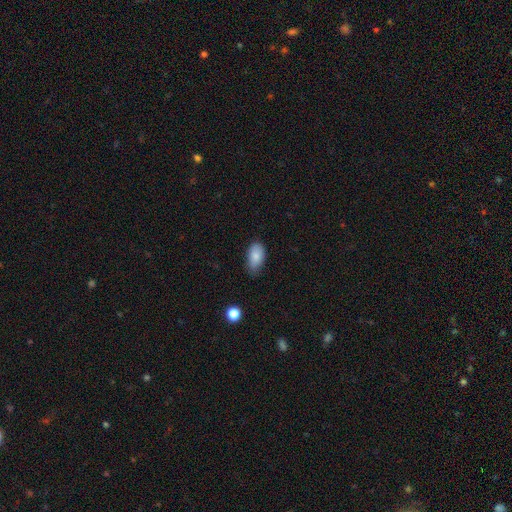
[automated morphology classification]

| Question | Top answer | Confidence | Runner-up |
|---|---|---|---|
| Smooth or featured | smooth | 85% | featured or disk (8%) |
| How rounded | in between | 93% | round (5%) |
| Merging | none | 65% | minor disturbance (29%) |